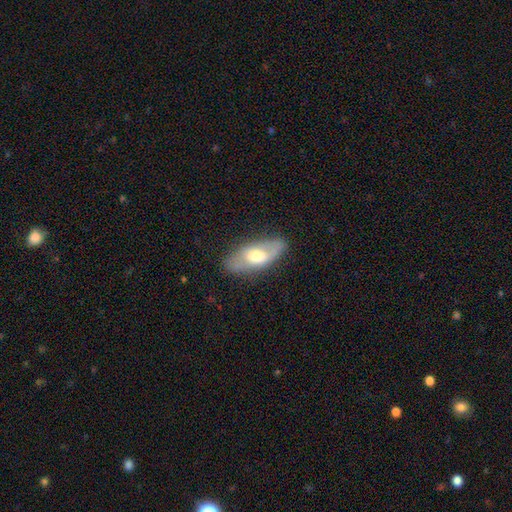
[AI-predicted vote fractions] smooth 49%, featured or disk 45%, star or artifact 6%. Down the decision tree: merging — none (77%).